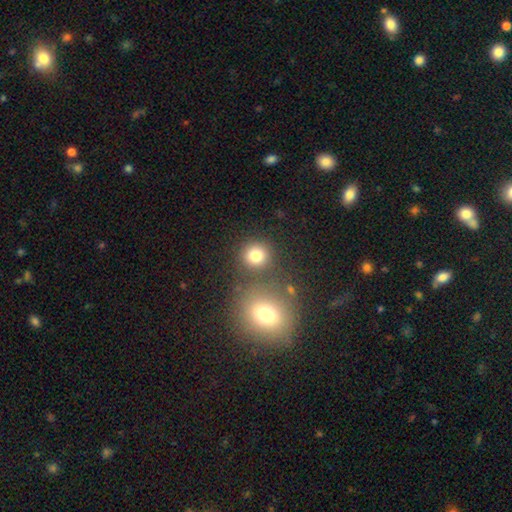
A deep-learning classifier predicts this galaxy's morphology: smooth_or_featured: smooth (p=0.80) [alt: star or artifact p=0.13]
how_rounded: round (p=0.88) [alt: in between p=0.11]
merging: none (p=0.75) [alt: merger p=0.13]